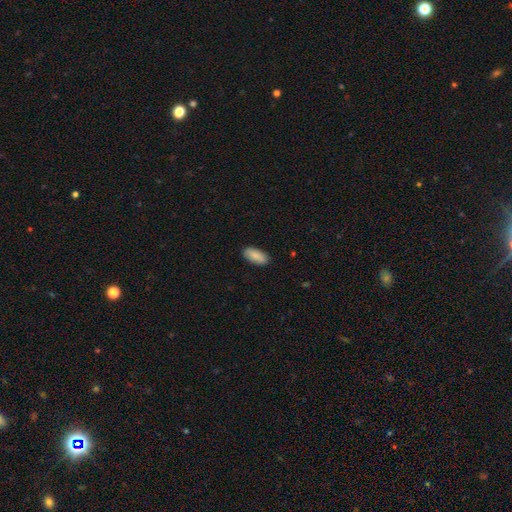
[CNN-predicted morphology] smooth 88%, featured or disk 6%, star or artifact 6%. Down the decision tree: how rounded — in between (90%); merging — none (89%).